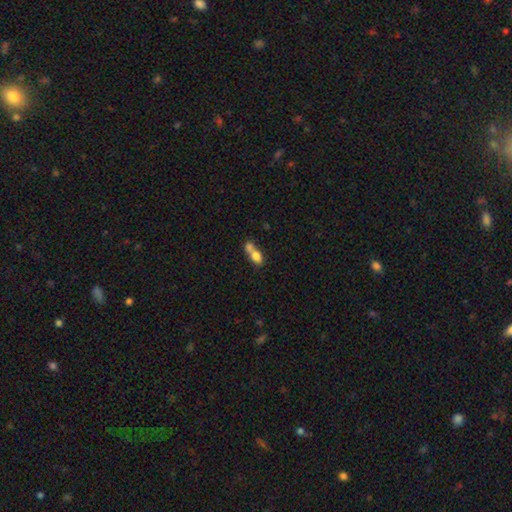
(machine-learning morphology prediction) The model was most divided on "how rounded": in between: 66%, round: 27%, cigar-shaped: 7%. More confident: smooth or featured — smooth (73%); merging — merger (70%).